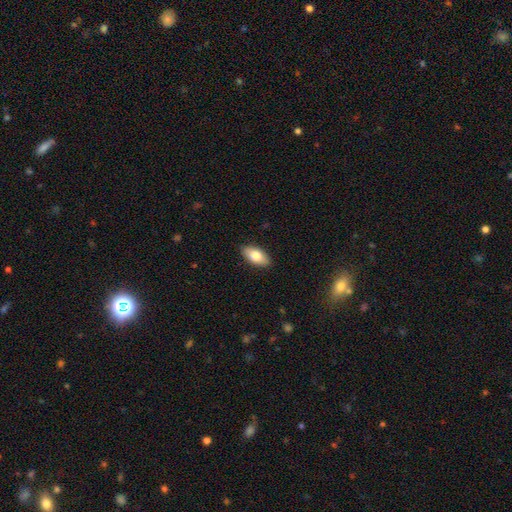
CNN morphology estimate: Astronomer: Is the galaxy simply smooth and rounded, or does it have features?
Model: smooth — 78%.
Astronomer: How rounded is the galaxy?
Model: in between — 92%.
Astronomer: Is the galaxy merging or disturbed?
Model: none — 89%.